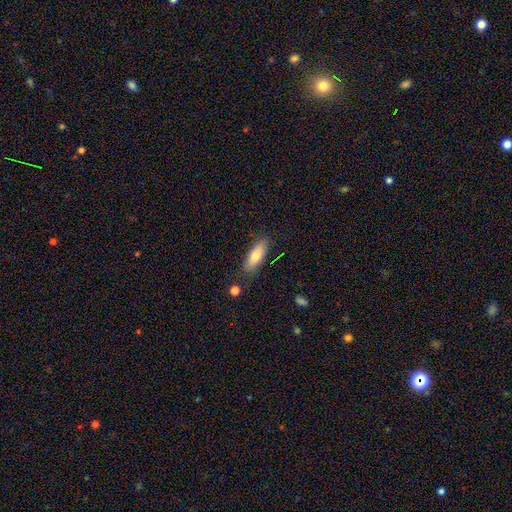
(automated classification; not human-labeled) Smooth or featured: smooth — 74% (featured or disk — 19%)
How rounded: in between — 66% (cigar-shaped — 31%)
Merging: none — 82% (minor disturbance — 13%)